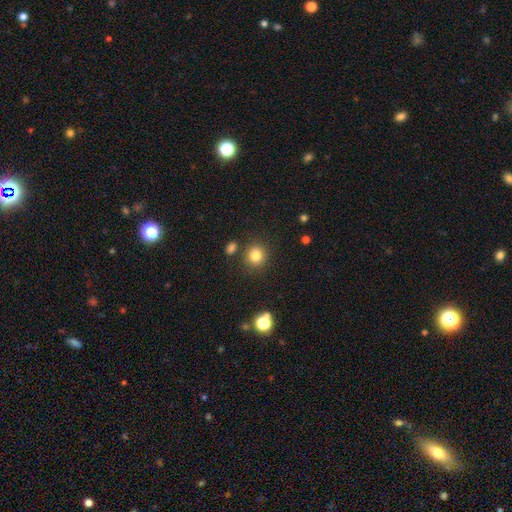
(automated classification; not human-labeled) Smooth or featured? Predicted: smooth (p=0.81). How rounded? Predicted: round (p=0.89). Merging? Predicted: none (p=0.84).